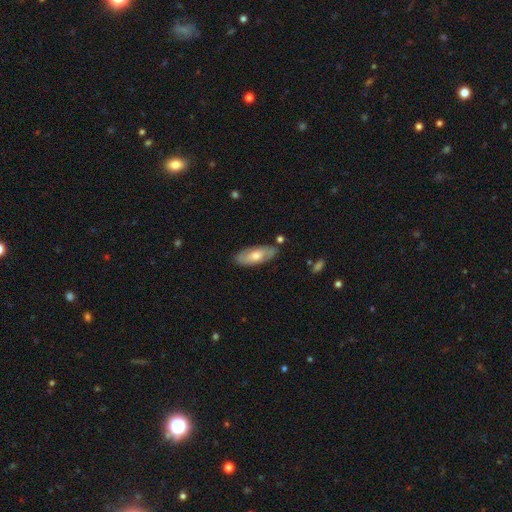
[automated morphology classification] The model was most divided on "smooth or featured": smooth: 53%, featured or disk: 41%, star or artifact: 6%. More confident: merging — none (81%); how rounded — in between (78%).